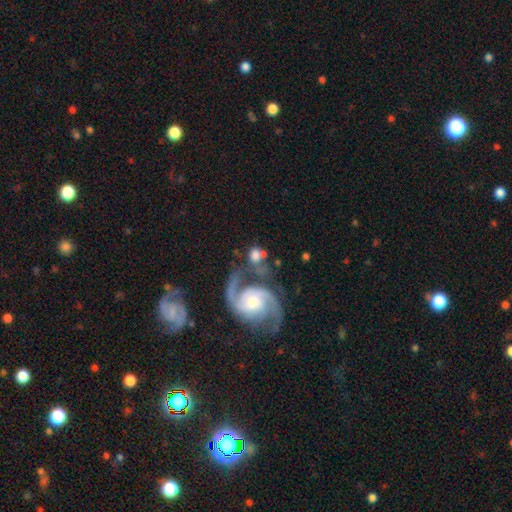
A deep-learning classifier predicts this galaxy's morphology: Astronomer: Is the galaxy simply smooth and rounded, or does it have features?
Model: featured or disk — 50% (runner-up: smooth, 42%).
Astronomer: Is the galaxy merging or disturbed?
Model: none — 40% (runner-up: merger, 35%).